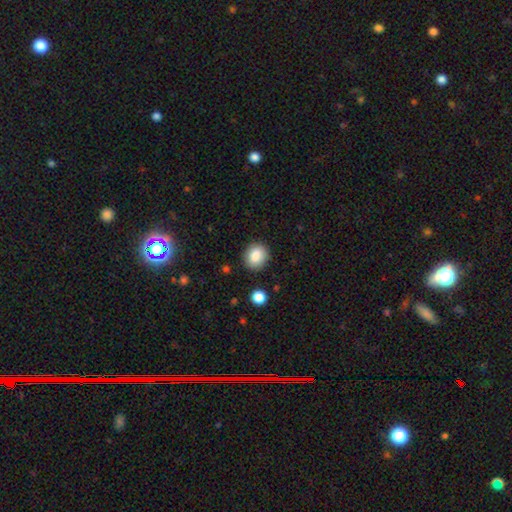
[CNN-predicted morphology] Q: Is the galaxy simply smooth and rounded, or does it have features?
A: smooth — 86%.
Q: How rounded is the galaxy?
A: round — 71%.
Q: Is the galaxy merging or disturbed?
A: none — 87%.